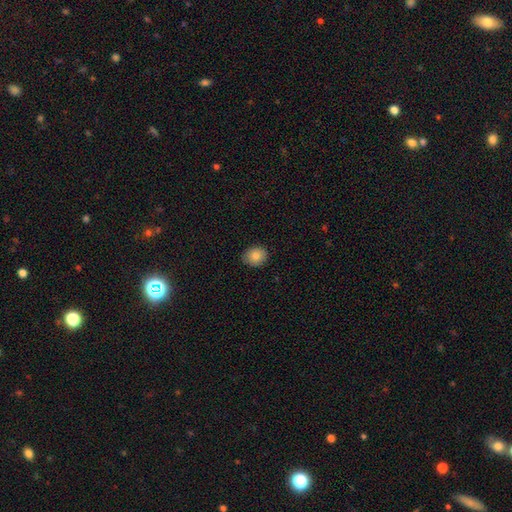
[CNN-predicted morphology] A smooth galaxy with no disk features (81%) that is round (63%).

Vote fractions:
- Smooth or featured? smooth: 81% / featured or disk: 10% / star or artifact: 9%
- How rounded? round: 63% / in between: 36% / cigar-shaped: 1%
- Merging? none: 86% / minor disturbance: 11% / major disturbance: 2% / merger: 1%